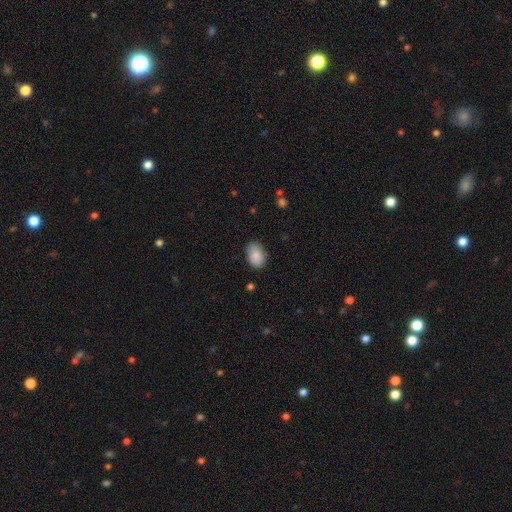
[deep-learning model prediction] Q: Smooth or featured?
A: smooth (87%); runner-up: star or artifact (7%)
Q: How rounded?
A: in between (87%); runner-up: round (12%)
Q: Merging?
A: none (81%); runner-up: minor disturbance (15%)